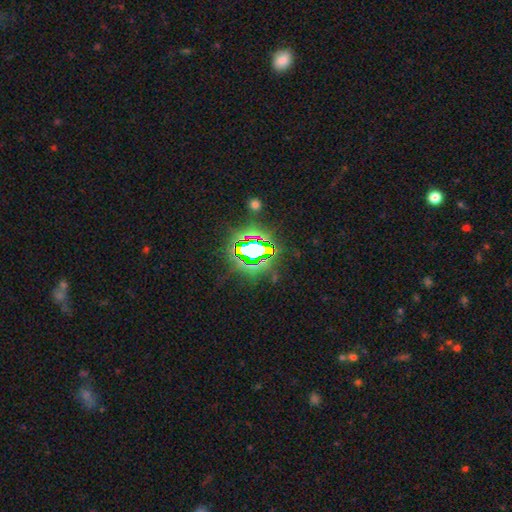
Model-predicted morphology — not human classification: A star or artifact, not a galaxy (81%).